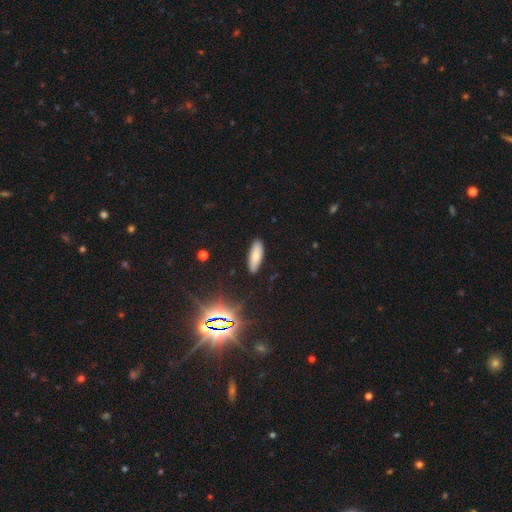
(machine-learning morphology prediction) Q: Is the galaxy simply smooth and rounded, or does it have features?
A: smooth — 78%.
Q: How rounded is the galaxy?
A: in between — 60%.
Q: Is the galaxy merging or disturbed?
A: none — 87%.